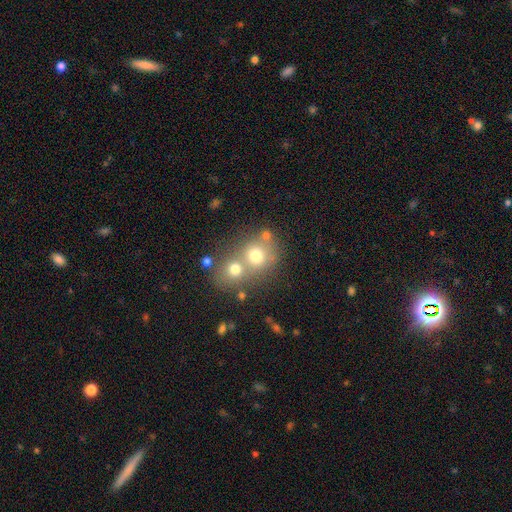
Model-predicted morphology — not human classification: Smooth or featured? Predicted: smooth (p=0.56). How rounded? Predicted: round (p=0.74). Merging? Predicted: merger (p=0.55).